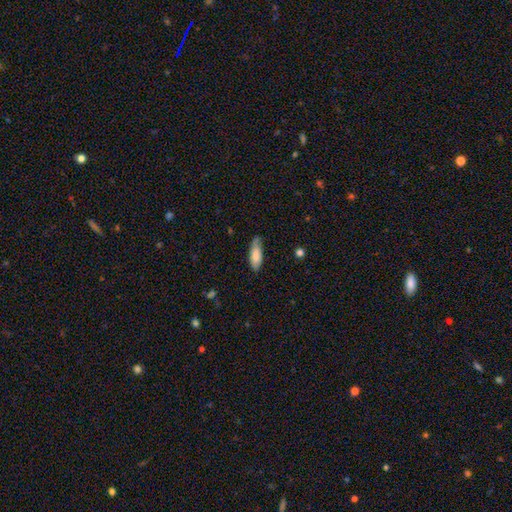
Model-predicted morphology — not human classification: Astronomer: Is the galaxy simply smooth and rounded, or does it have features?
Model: smooth — 80%.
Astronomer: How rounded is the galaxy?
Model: in between — 61% (runner-up: cigar-shaped, 37%).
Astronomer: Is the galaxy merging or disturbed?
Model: none — 66%.